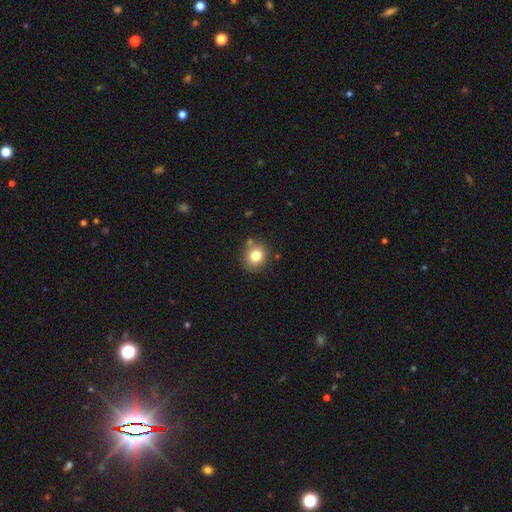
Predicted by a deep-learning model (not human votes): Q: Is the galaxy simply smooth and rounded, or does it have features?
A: smooth — 79%.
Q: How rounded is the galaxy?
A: round — 80%.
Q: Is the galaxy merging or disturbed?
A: none — 79%.